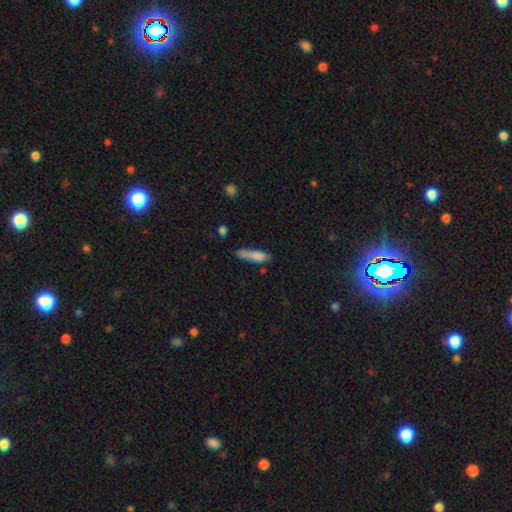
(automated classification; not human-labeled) A smooth galaxy with no disk features (79%) that is cigar-shaped (73%).

Vote fractions:
- Smooth or featured? smooth: 79% / featured or disk: 14% / star or artifact: 7%
- How rounded? cigar-shaped: 73% / in between: 25% / round: 2%
- Merging? none: 55% / minor disturbance: 30% / major disturbance: 8% / merger: 7%